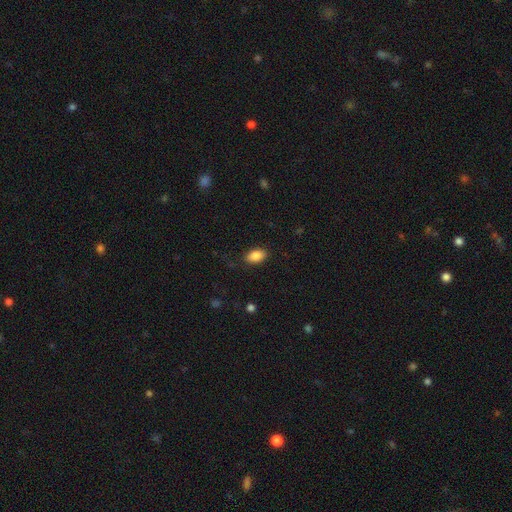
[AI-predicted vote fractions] This is clearly a smooth galaxy (87%). How rounded: clearly in between (91%). Merging: clearly none (86%).